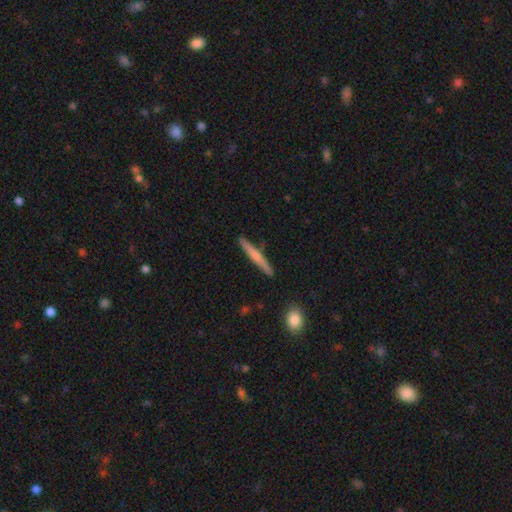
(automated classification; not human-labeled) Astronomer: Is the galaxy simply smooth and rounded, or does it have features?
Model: smooth — 56% (runner-up: featured or disk, 39%).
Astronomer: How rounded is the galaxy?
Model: cigar-shaped — 95%.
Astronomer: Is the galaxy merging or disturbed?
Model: none — 89%.